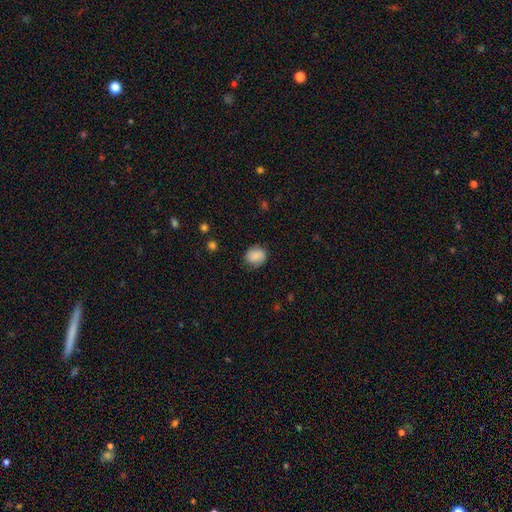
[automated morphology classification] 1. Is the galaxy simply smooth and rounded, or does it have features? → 81% smooth, 11% featured or disk, 8% star or artifact.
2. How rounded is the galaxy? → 67% round, 32% in between, 1% cigar-shaped.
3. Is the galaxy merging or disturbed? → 78% none, 17% minor disturbance, 4% major disturbance, 1% merger.